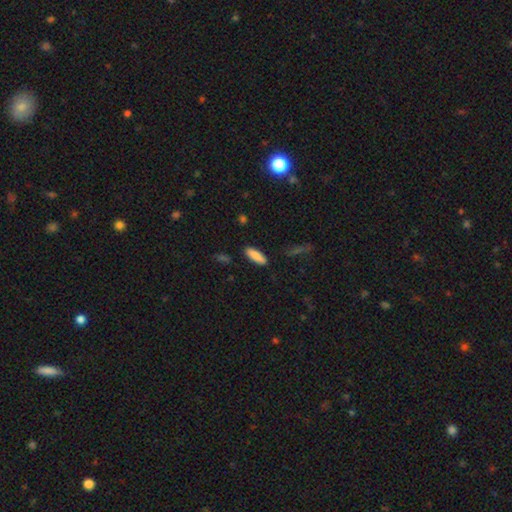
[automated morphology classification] A smooth galaxy with no disk features (87%) that is in between round and cigar-shaped (50%).

Vote fractions:
- Smooth or featured? smooth: 87% / star or artifact: 6% / featured or disk: 6%
- How rounded? in between: 50% / cigar-shaped: 49% / round: 2%
- Merging? none: 88% / minor disturbance: 8% / major disturbance: 2% / merger: 2%